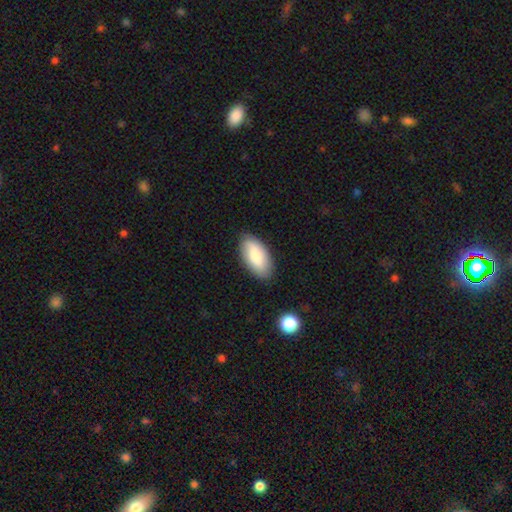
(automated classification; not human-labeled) A smooth galaxy with no disk features (77%) that is in between round and cigar-shaped (93%).

Vote fractions:
- Smooth or featured? smooth: 77% / featured or disk: 16% / star or artifact: 6%
- How rounded? in between: 93% / cigar-shaped: 5% / round: 2%
- Merging? none: 84% / minor disturbance: 12% / major disturbance: 3% / merger: 1%